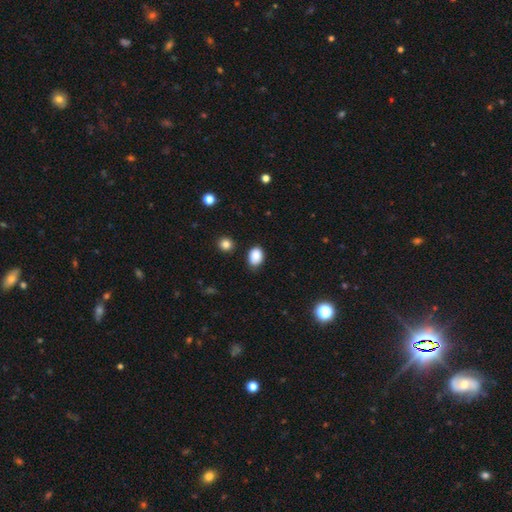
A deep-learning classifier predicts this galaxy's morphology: A smooth galaxy with no disk features (87%) that is in between round and cigar-shaped (75%).

Vote fractions:
- Smooth or featured? smooth: 87% / star or artifact: 9% / featured or disk: 4%
- How rounded? in between: 75% / round: 24% / cigar-shaped: 1%
- Merging? none: 77% / minor disturbance: 17% / major disturbance: 3% / merger: 2%